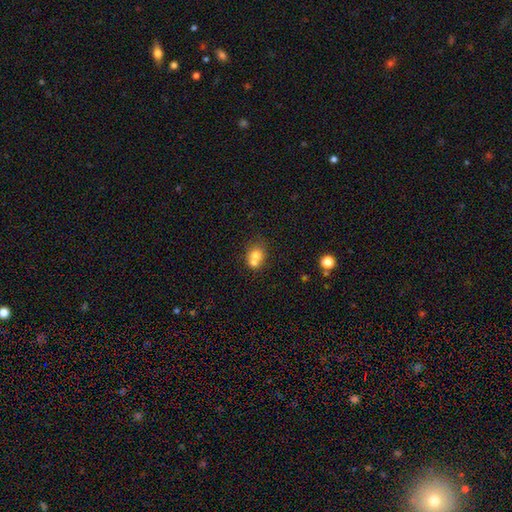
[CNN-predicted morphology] smooth 72%, featured or disk 17%, star or artifact 11%. Down the decision tree: how rounded — round (68%); merging — merger (58%).